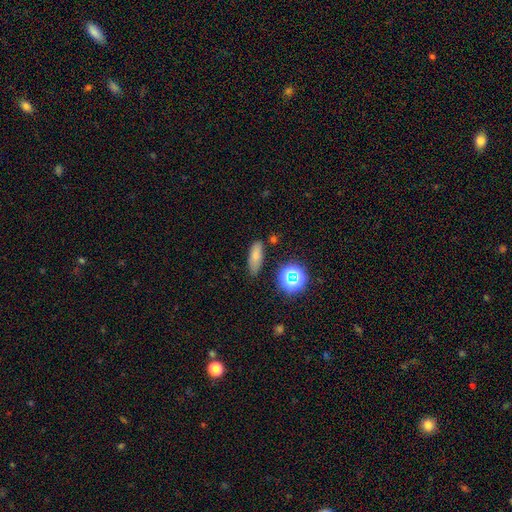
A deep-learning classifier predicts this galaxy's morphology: Smooth or featured?
  - smooth: 73% *
  - star or artifact: 15%
  - featured or disk: 12%
How rounded?
  - in between: 63% *
  - cigar-shaped: 30%
  - round: 7%
Merging?
  - none: 78% *
  - minor disturbance: 15%
  - major disturbance: 4%
  - merger: 4%